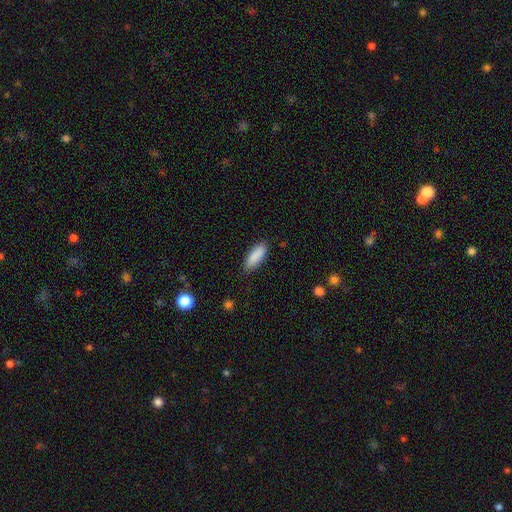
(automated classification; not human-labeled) This is clearly a smooth galaxy (89%). How rounded: likely in between (67%). Merging: clearly none (81%).